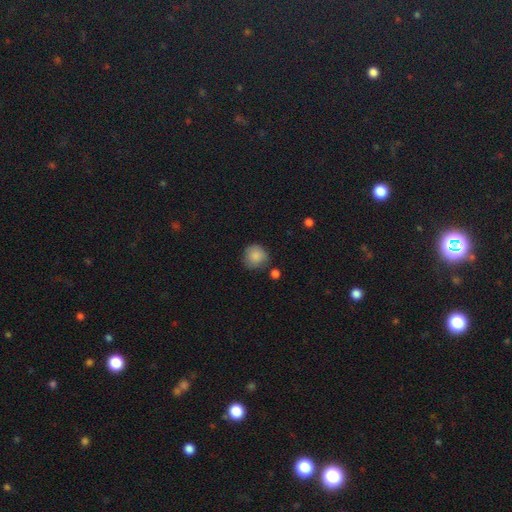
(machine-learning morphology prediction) A smooth galaxy with no disk features (87%) that is round (90%).

Vote fractions:
- Smooth or featured? smooth: 87% / star or artifact: 8% / featured or disk: 6%
- How rounded? round: 90% / in between: 9% / cigar-shaped: 1%
- Merging? none: 72% / minor disturbance: 18% / merger: 6% / major disturbance: 4%